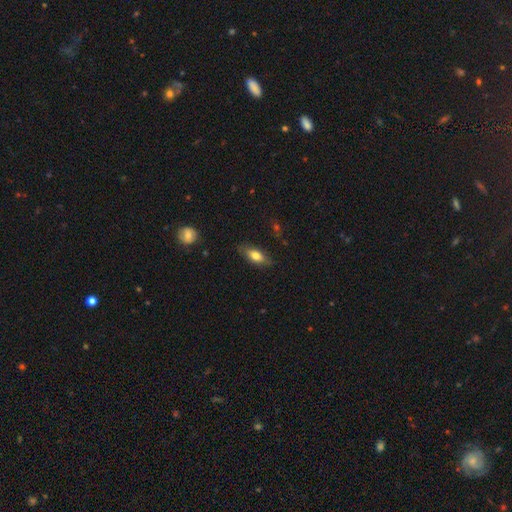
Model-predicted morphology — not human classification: type=smooth (69%); roundness=in between (73%); merging=none (80%).